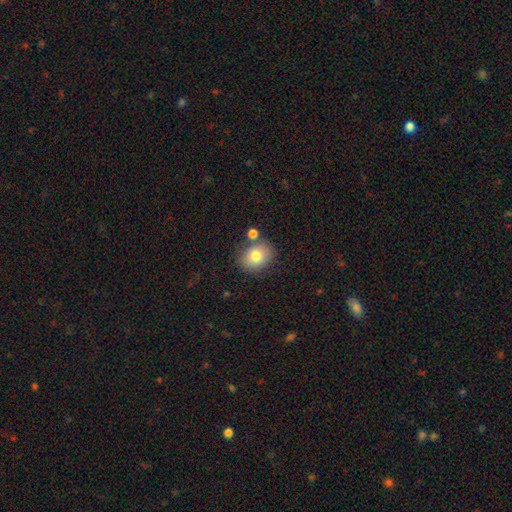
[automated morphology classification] Smooth or featured?
  - smooth: 78% *
  - featured or disk: 12%
  - star or artifact: 9%
How rounded?
  - round: 53% *
  - in between: 46%
  - cigar-shaped: 1%
Merging?
  - none: 72% *
  - minor disturbance: 12%
  - merger: 12%
  - major disturbance: 3%